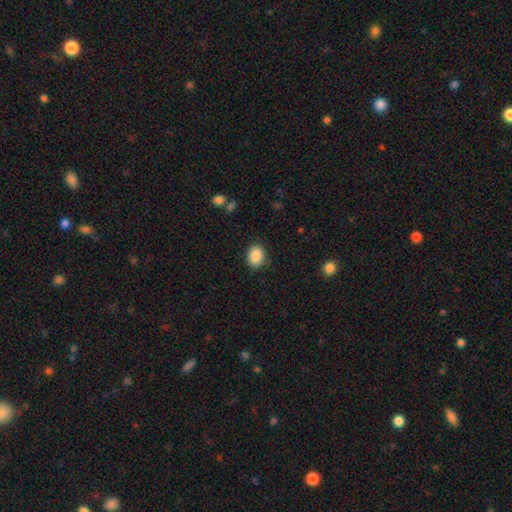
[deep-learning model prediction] Overall: smooth (89%). How rounded: in between (73%). Merging: none (85%).